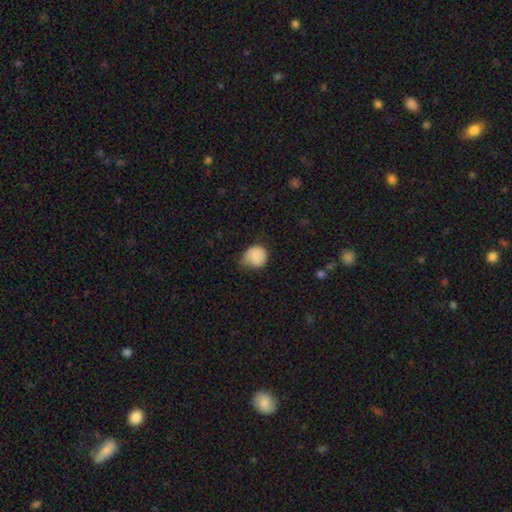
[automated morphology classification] This is clearly a smooth galaxy (85%). How rounded: likely round (80%). Merging: possibly minor disturbance (47%).